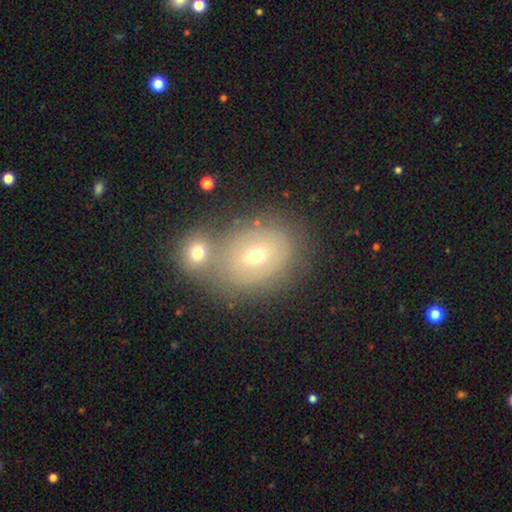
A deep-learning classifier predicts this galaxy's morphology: The model was most divided on "merging" (2-way tie): merger: 42%, none: 42%, minor disturbance: 11%, major disturbance: 5%. Remaining: smooth or featured — smooth (56%); how rounded — in between (50%).